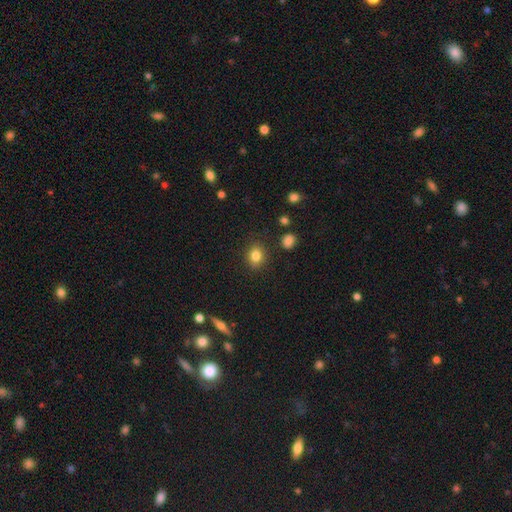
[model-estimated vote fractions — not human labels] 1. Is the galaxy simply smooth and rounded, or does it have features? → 83% smooth, 11% star or artifact, 7% featured or disk.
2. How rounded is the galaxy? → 57% round, 42% in between, 1% cigar-shaped.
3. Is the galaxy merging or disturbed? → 86% none, 10% minor disturbance, 3% major disturbance, 2% merger.